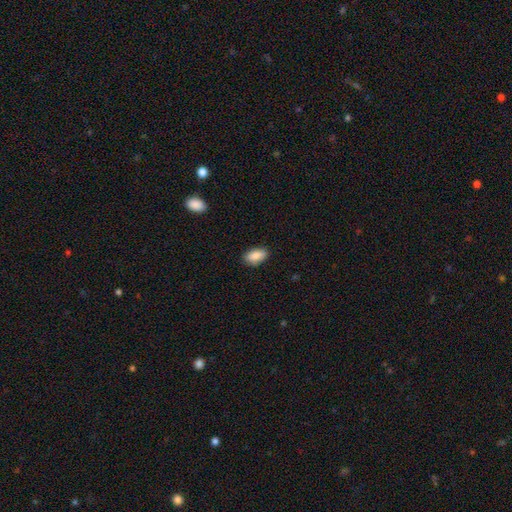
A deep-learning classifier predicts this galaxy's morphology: Smooth or featured? Predicted: smooth (p=0.87). How rounded? Predicted: in between (p=0.92). Merging? Predicted: none (p=0.86).